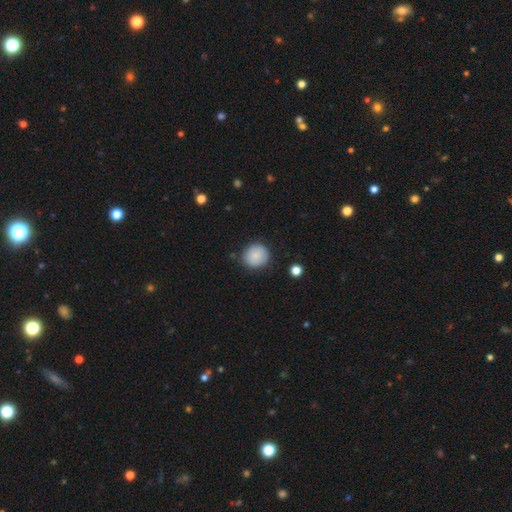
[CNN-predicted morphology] type=smooth (85%); roundness=round (89%); merging=none (82%).